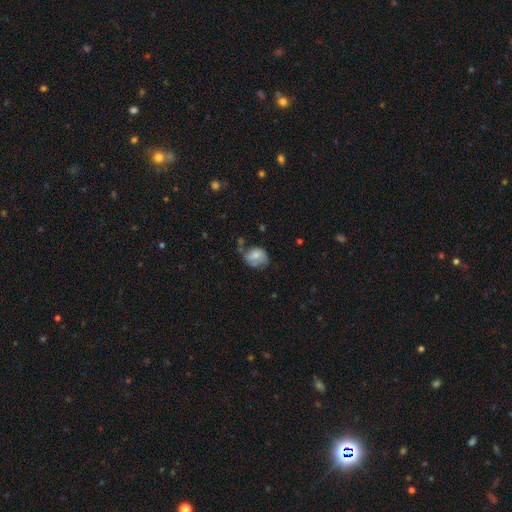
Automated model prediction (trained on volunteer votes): smooth-or-featured: smooth: 57% | featured or disk: 34% | star or artifact: 9%
  how-rounded: in between: 55% | round: 44% | cigar-shaped: 1%
  merging: none: 40% | minor disturbance: 32% | major disturbance: 19% | merger: 8%